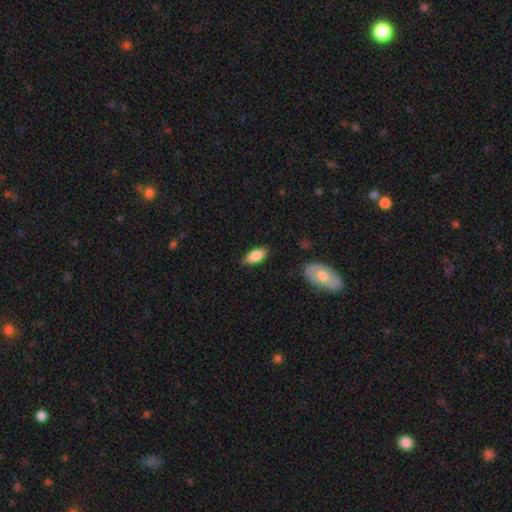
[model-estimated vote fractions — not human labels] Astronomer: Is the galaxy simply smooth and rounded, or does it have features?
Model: smooth — 80%.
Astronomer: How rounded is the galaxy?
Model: in between — 86%.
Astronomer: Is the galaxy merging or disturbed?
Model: none — 82%.